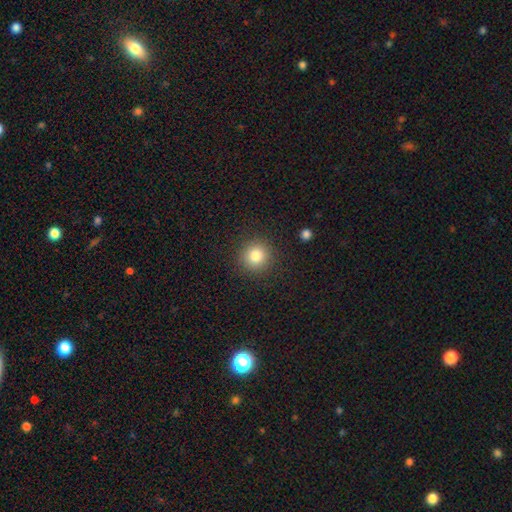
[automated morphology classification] A smooth galaxy with no disk features (83%) that is round (93%).

Vote fractions:
- Smooth or featured? smooth: 83% / star or artifact: 11% / featured or disk: 6%
- How rounded? round: 93% / in between: 6% / cigar-shaped: 1%
- Merging? none: 90% / minor disturbance: 6% / major disturbance: 3% / merger: 1%